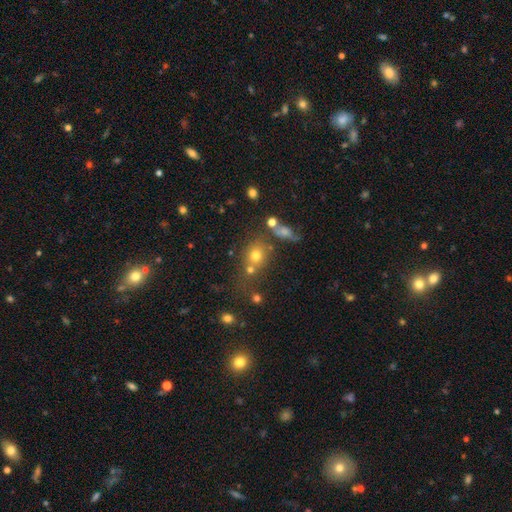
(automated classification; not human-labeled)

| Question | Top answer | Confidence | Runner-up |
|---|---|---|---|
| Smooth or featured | smooth | 70% | star or artifact (16%) |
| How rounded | round | 67% | in between (31%) |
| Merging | none | 54% | merger (25%) |